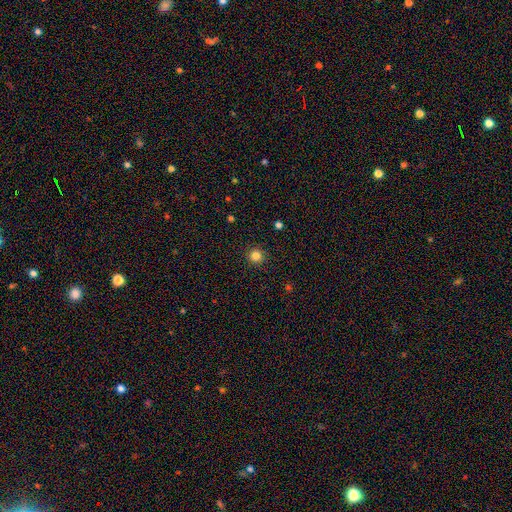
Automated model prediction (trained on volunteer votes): This appears to be a smooth galaxy with no disk features (83%) that is round (95%). Merging: none (93%).